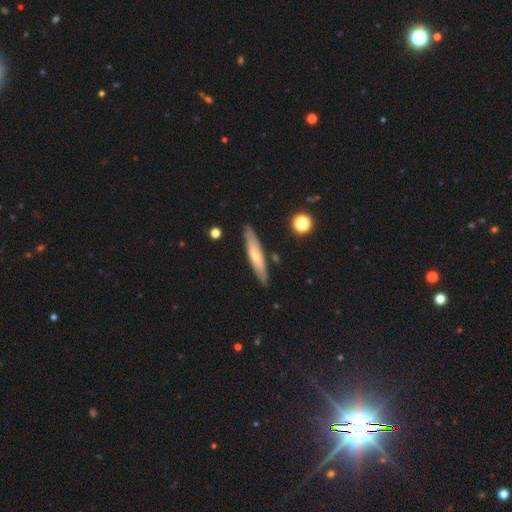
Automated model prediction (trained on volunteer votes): smooth-or-featured: smooth: 50% | featured or disk: 44% | star or artifact: 6%
  how-rounded: cigar-shaped: 86% | in between: 12% | round: 2%
  merging: none: 87% | minor disturbance: 9% | merger: 2% | major disturbance: 2%